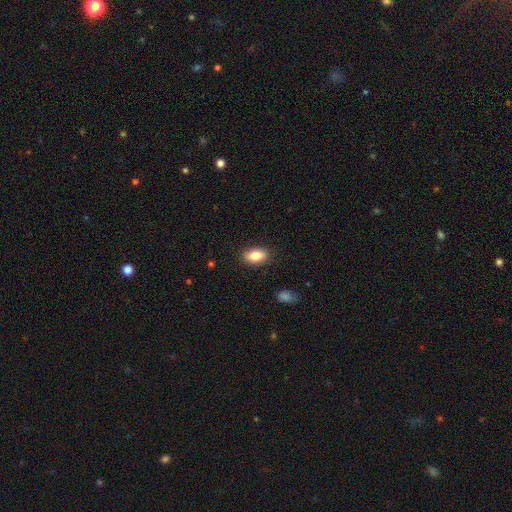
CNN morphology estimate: Overall: smooth (84%). How rounded: in between (90%). Merging: none (87%).